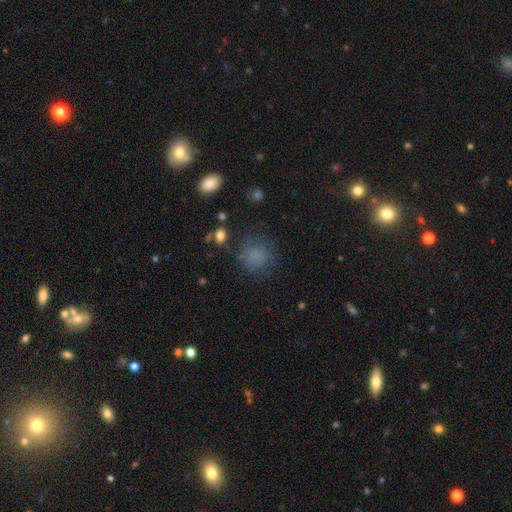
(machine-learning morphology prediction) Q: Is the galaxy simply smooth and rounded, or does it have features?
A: smooth — 76%.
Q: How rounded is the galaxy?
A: round — 81%.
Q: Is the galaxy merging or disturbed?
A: none — 72%.